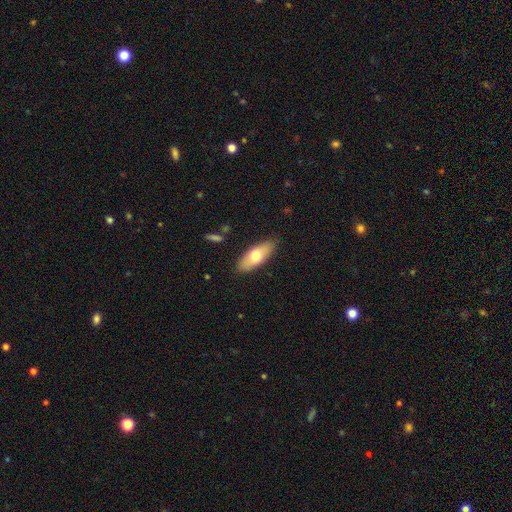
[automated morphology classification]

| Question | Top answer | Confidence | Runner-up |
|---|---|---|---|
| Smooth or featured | smooth | 67% | featured or disk (27%) |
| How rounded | in between | 78% | cigar-shaped (20%) |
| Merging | none | 86% | minor disturbance (11%) |